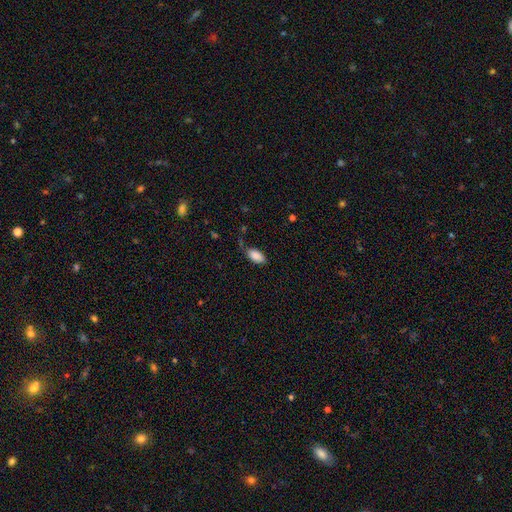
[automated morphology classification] Q: Smooth or featured?
A: smooth (87%); runner-up: star or artifact (7%)
Q: How rounded?
A: in between (94%); runner-up: cigar-shaped (3%)
Q: Merging?
A: none (63%); runner-up: minor disturbance (25%)